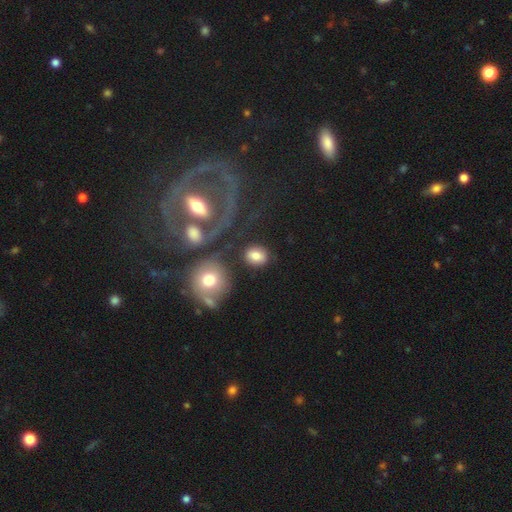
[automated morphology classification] This is likely a smooth galaxy (79%). How rounded: possibly in between (50%). Merging: likely none (73%).